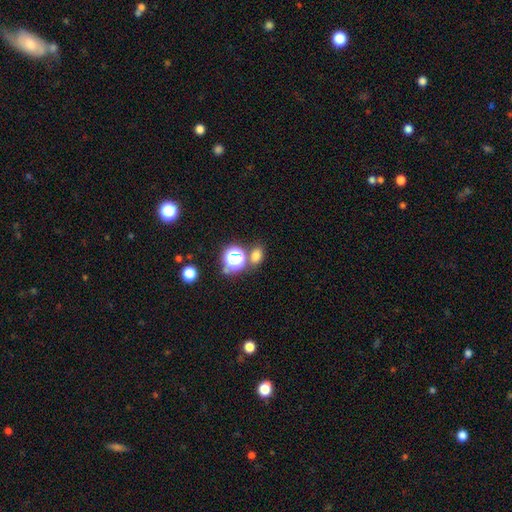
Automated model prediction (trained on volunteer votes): Overall: smooth (68%). How rounded: in between (55%; round 43%). Merging: none (67%).